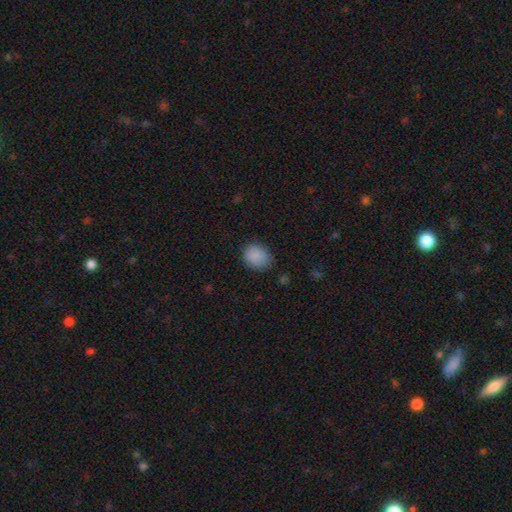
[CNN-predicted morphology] Overall: smooth (87%). How rounded: round (63%; in between 36%). Merging: none (79%).